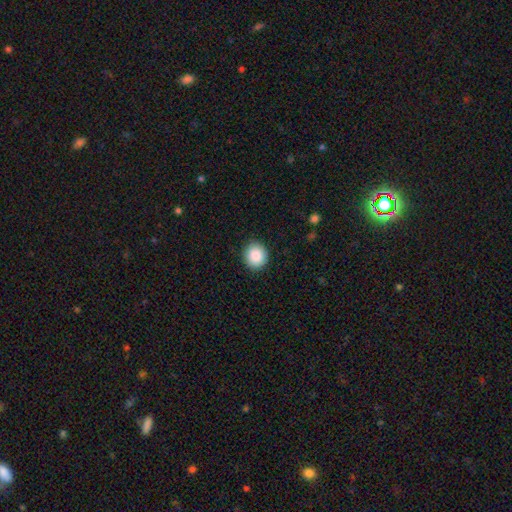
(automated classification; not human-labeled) smooth-or-featured: smooth: 88% | star or artifact: 8% | featured or disk: 4%
  how-rounded: round: 85% | in between: 14% | cigar-shaped: 1%
  merging: none: 90% | minor disturbance: 7% | major disturbance: 2% | merger: 1%